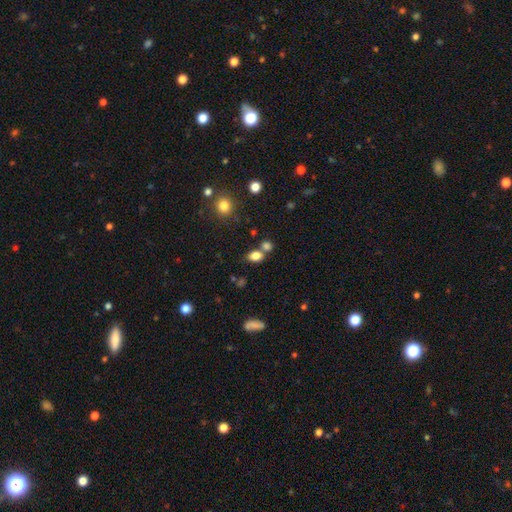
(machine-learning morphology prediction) The model was most divided on "merging": none: 56%, merger: 29%, minor disturbance: 11%, major disturbance: 4%. More confident: smooth or featured — smooth (81%); how rounded — in between (77%).